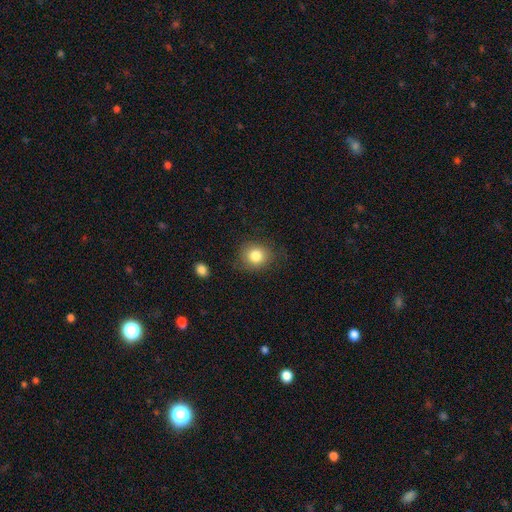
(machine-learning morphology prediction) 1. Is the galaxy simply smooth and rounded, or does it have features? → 82% smooth, 10% star or artifact, 8% featured or disk.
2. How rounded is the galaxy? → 76% round, 23% in between, 1% cigar-shaped.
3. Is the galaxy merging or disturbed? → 81% none, 13% minor disturbance, 4% major disturbance, 2% merger.